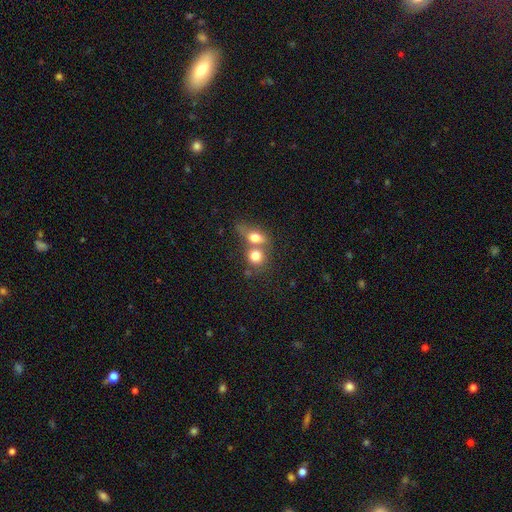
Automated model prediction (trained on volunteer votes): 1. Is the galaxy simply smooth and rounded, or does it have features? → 76% smooth, 14% featured or disk, 10% star or artifact.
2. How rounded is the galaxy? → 70% round, 28% in between, 2% cigar-shaped.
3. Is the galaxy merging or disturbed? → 57% merger, 31% none, 7% minor disturbance, 4% major disturbance.